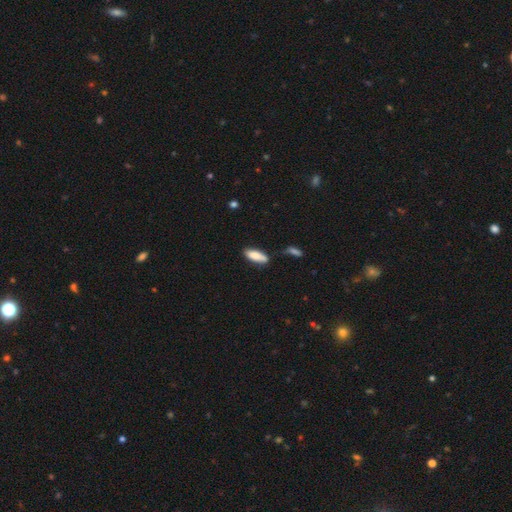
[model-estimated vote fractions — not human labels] Q: Smooth or featured?
A: smooth (85%); runner-up: featured or disk (9%)
Q: How rounded?
A: in between (69%); runner-up: cigar-shaped (30%)
Q: Merging?
A: none (66%); runner-up: minor disturbance (20%)